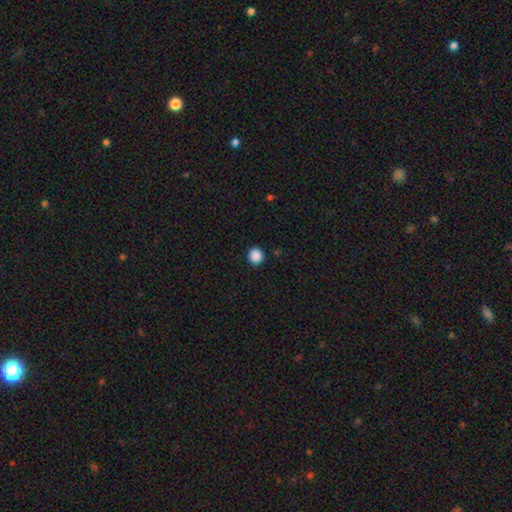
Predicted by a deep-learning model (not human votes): A smooth galaxy with no disk features (88%) that is round (92%). Merging: none (92%).